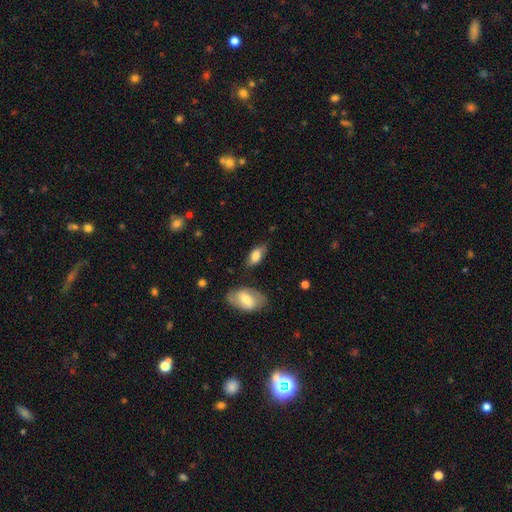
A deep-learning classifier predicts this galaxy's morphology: smooth 74%, featured or disk 19%, star or artifact 7%. Down the decision tree: how rounded — in between (86%); merging — none (69%).